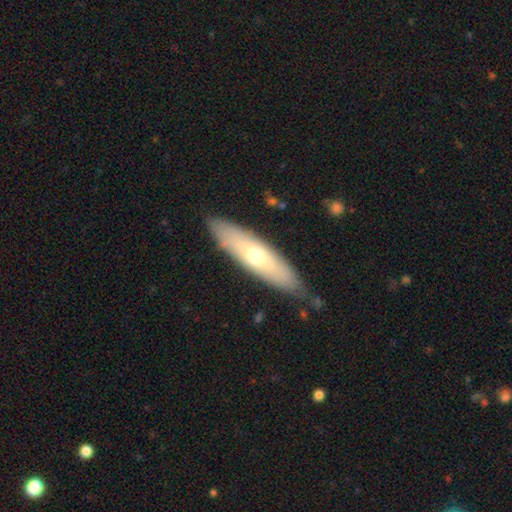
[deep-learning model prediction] This is possibly a smooth galaxy (49%). Merging: clearly none (83%).